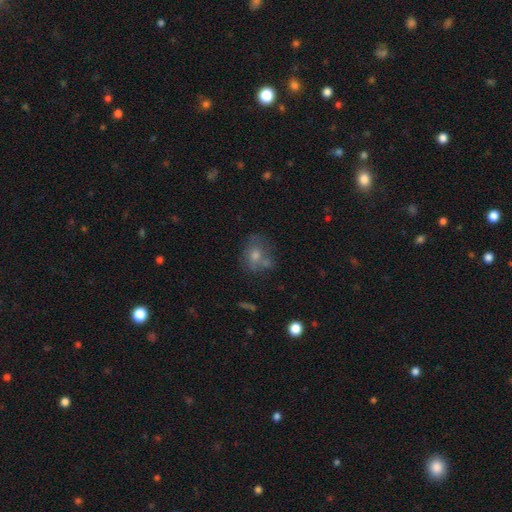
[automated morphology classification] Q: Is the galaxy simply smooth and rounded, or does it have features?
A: smooth — 55%.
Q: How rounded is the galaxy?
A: round — 61%.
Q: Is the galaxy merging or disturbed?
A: none — 55%.